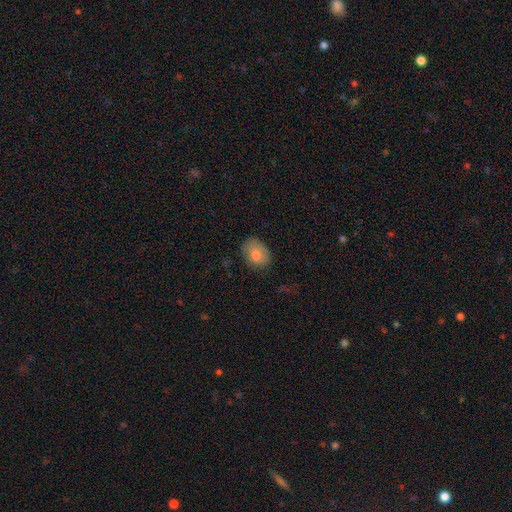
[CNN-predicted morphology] This is likely a smooth galaxy (76%). How rounded: likely in between (71%). Merging: likely none (74%).